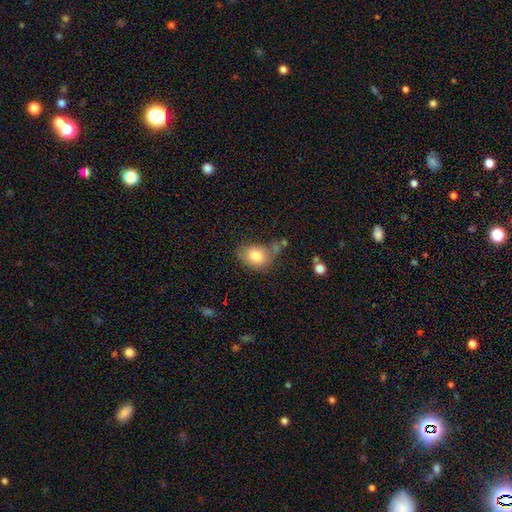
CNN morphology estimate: smooth-or-featured: smooth: 82% | featured or disk: 10% | star or artifact: 7%
  how-rounded: in between: 72% | round: 27% | cigar-shaped: 1%
  merging: none: 41% | minor disturbance: 30% | major disturbance: 16% | merger: 14%